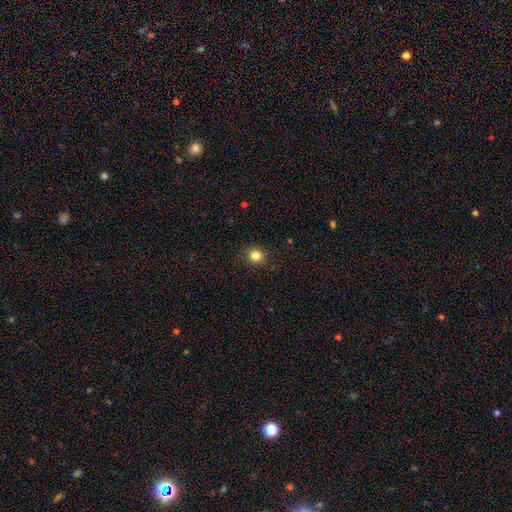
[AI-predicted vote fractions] A smooth galaxy with no disk features (83%) that is round (90%). Merging: none (91%).